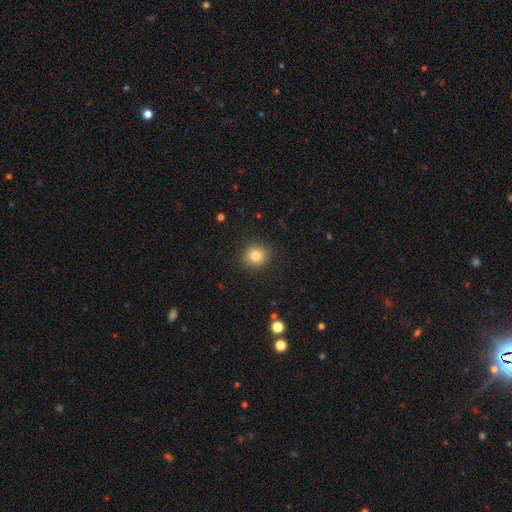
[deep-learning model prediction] A smooth galaxy with no disk features (82%) that is round (88%).

Vote fractions:
- Smooth or featured? smooth: 82% / star or artifact: 11% / featured or disk: 7%
- How rounded? round: 88% / in between: 11% / cigar-shaped: 1%
- Merging? none: 89% / minor disturbance: 7% / major disturbance: 2% / merger: 1%